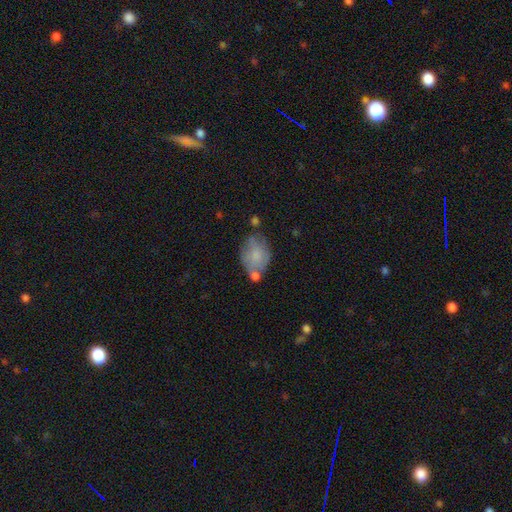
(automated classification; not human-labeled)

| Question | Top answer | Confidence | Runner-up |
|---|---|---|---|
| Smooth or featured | smooth | 63% | featured or disk (29%) |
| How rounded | in between | 73% | round (26%) |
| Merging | none | 43% | minor disturbance (27%) |